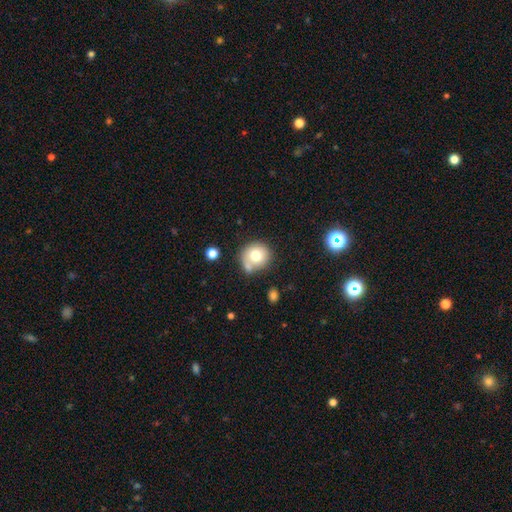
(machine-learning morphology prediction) Smooth or featured: smooth — 73% (featured or disk — 17%)
How rounded: round — 86% (in between — 13%)
Merging: none — 56% (merger — 22%)